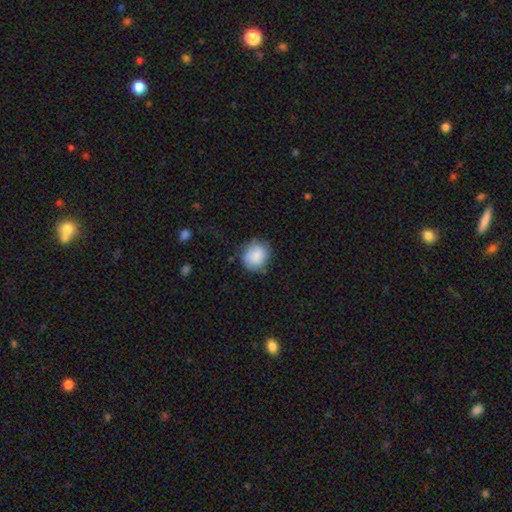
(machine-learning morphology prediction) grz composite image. It shows a smooth galaxy with no disk features (85%) that is round (76%). Merging: none (72%).